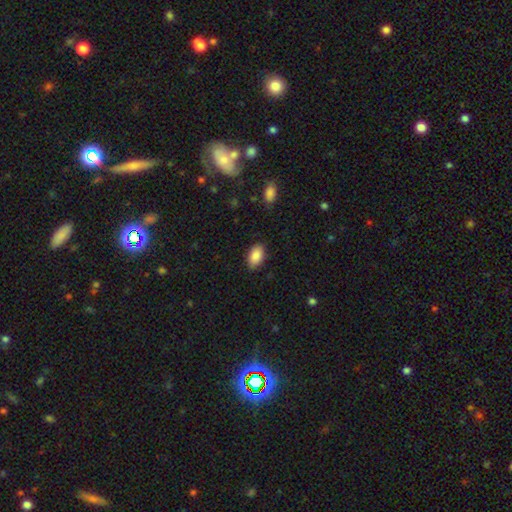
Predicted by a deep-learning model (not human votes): Morphology: type=smooth (88%); roundness=in between (93%); merging=none (85%).